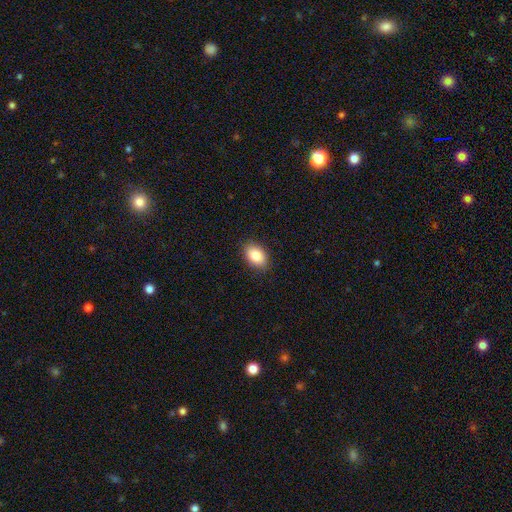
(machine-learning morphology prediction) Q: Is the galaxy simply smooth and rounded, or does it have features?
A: smooth — 85%.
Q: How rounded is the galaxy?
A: in between — 87%.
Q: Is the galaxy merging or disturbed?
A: none — 88%.